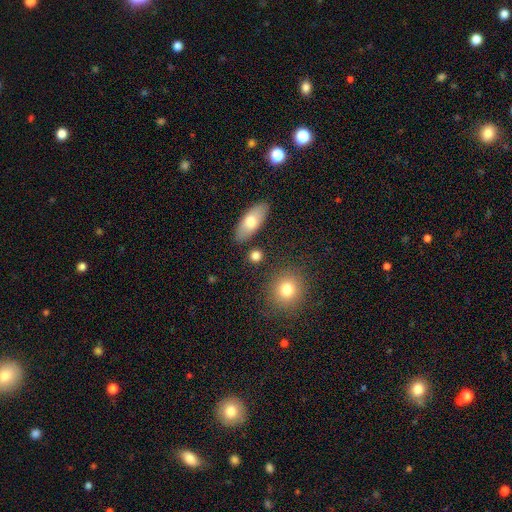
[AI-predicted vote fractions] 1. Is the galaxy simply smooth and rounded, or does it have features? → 80% smooth, 10% featured or disk, 10% star or artifact.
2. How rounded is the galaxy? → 57% round, 37% in between, 6% cigar-shaped.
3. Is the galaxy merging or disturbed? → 82% none, 9% minor disturbance, 6% merger, 3% major disturbance.